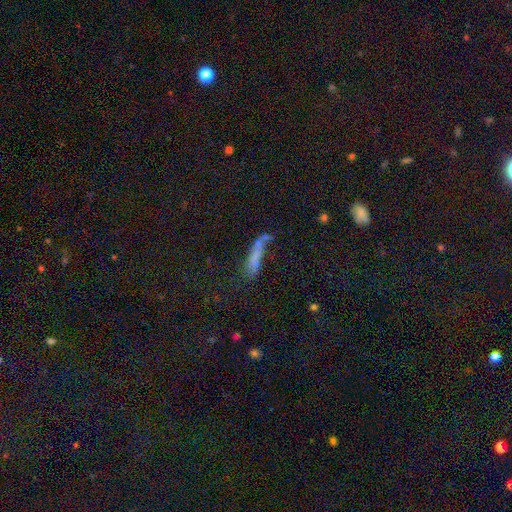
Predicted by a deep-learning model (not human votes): Smooth or featured? smooth (61%)
How rounded? cigar-shaped (78%)
Merging? none (44%)